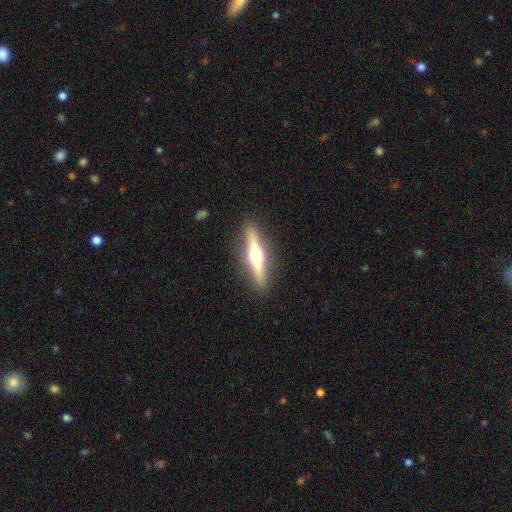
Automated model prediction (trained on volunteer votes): Smooth or featured: featured or disk — 67% (smooth — 27%)
Edge-on disk: yes — 97% (no — 3%)
Edge-on bulge: rounded — 94% (none — 3%)
Merging: none — 91% (minor disturbance — 7%)